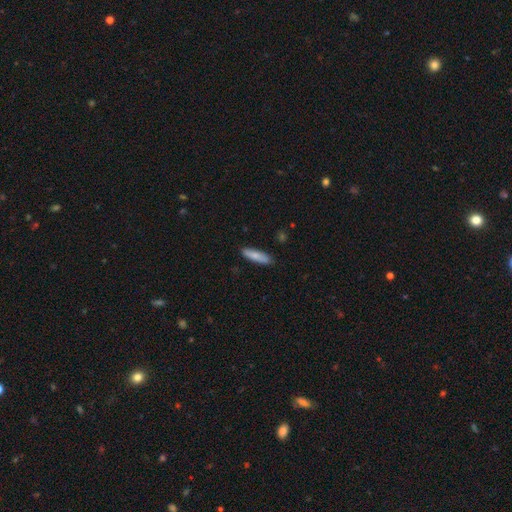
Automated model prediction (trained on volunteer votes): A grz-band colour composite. It shows a smooth galaxy with no disk features (81%) that is cigar-shaped (72%). Merging: none (86%).